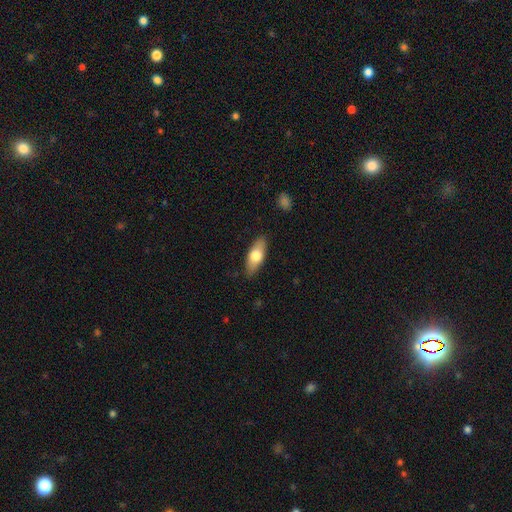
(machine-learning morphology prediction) This is likely a smooth galaxy (68%). How rounded: likely in between (75%). Merging: clearly none (86%).